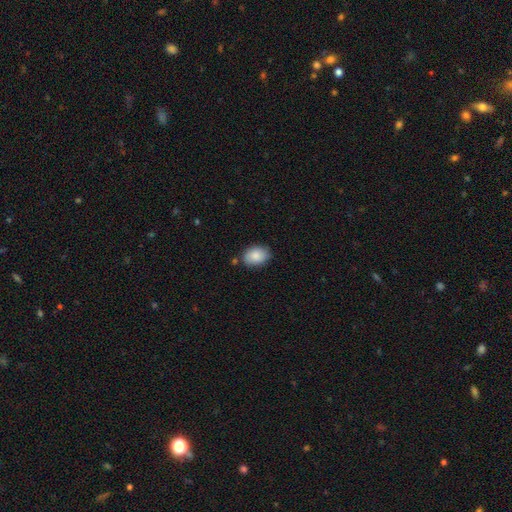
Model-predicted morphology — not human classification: Smooth or featured: smooth — 87% (star or artifact — 7%)
How rounded: in between — 76% (round — 23%)
Merging: none — 78% (minor disturbance — 16%)